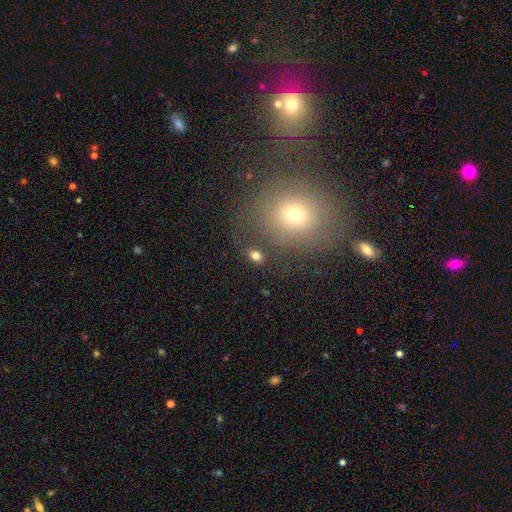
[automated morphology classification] This is likely a smooth galaxy (75%). How rounded: likely in between (71%). Merging: likely none (72%).